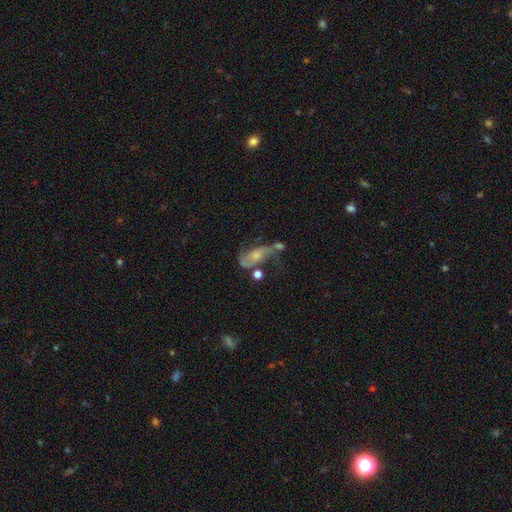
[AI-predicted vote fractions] Morphology: type=featured or disk (69%); edge-on=no (94%); bar=no (68%); spiral arms=yes (84%); winding=loose (62%); arm count=2 (79%); bulge=small (58%); merging=none (31%).